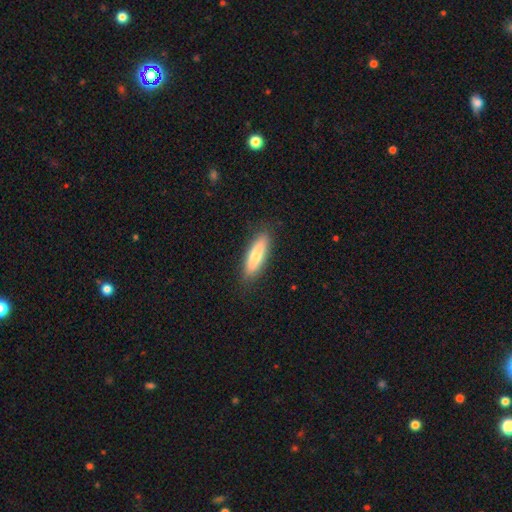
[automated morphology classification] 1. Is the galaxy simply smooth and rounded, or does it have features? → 74% smooth, 20% featured or disk, 6% star or artifact.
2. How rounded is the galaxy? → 59% cigar-shaped, 39% in between, 2% round.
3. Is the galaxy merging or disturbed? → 87% none, 10% minor disturbance, 2% major disturbance, 1% merger.